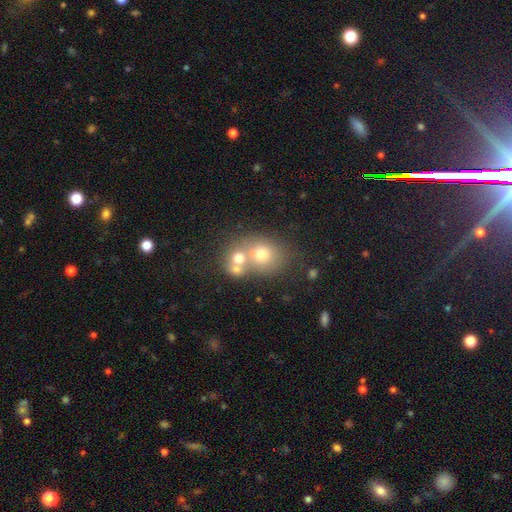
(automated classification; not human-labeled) Smooth or featured?
  - smooth: 57% *
  - featured or disk: 24%
  - star or artifact: 19%
How rounded?
  - round: 64% *
  - in between: 35%
  - cigar-shaped: 1%
Merging?
  - merger: 54% *
  - none: 34%
  - minor disturbance: 7%
  - major disturbance: 4%